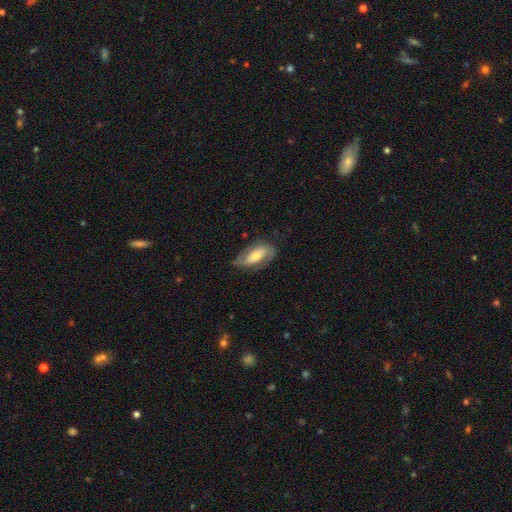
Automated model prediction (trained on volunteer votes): Smooth or featured? Predicted: featured or disk (p=0.63). Edge-on disk? Predicted: no (p=0.91). Bar? Predicted: no (p=0.44). Spiral arms? Predicted: yes (p=0.86). Bulge size? Predicted: moderate (p=0.50). Merging? Predicted: none (p=0.70).